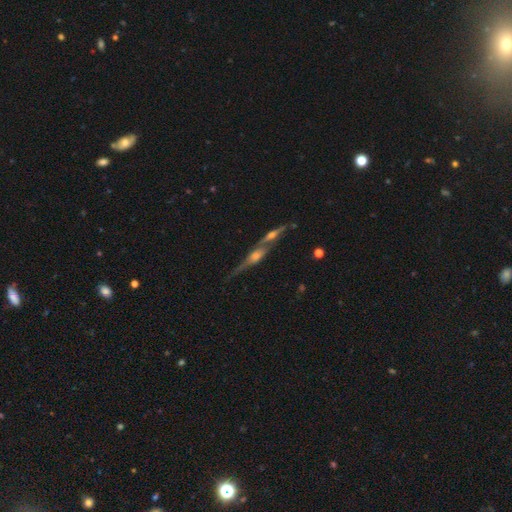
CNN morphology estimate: This is likely a featured or disk galaxy (77%). It is clearly viewed edge-on (91%). Edge-on bulge: clearly rounded (84%). Merging: possibly none (45%).